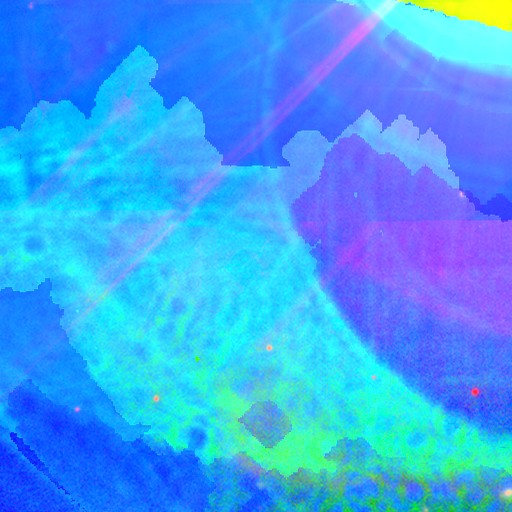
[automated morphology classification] Smooth or featured?
  - star or artifact: 84% *
  - featured or disk: 9%
  - smooth: 7%